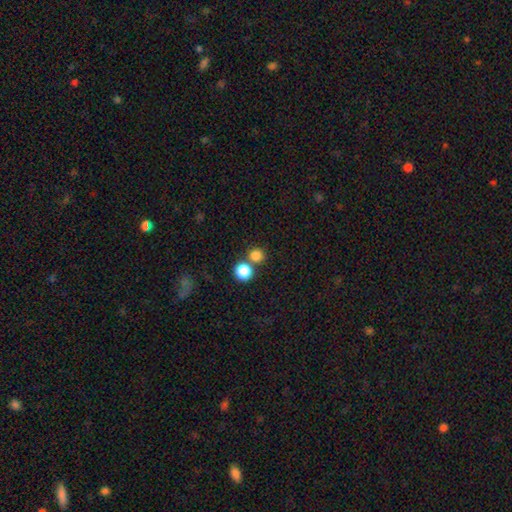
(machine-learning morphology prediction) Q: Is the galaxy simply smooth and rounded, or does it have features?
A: smooth — 82%.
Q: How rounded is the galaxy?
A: round — 90%.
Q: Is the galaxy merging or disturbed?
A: none — 66%.